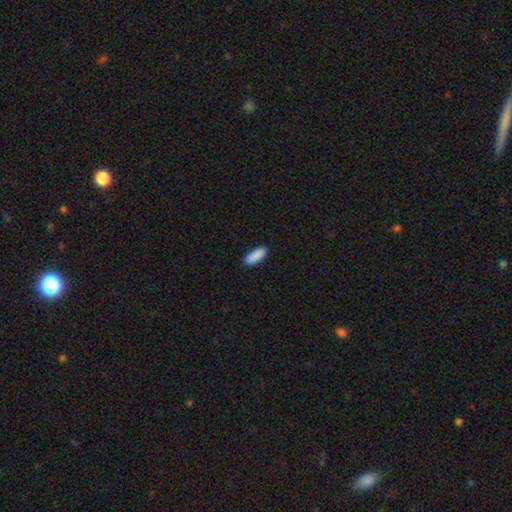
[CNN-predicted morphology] The model was most divided on "how rounded": in between: 69%, cigar-shaped: 30%, round: 2%. More confident: smooth or featured — smooth (91%); merging — none (89%).